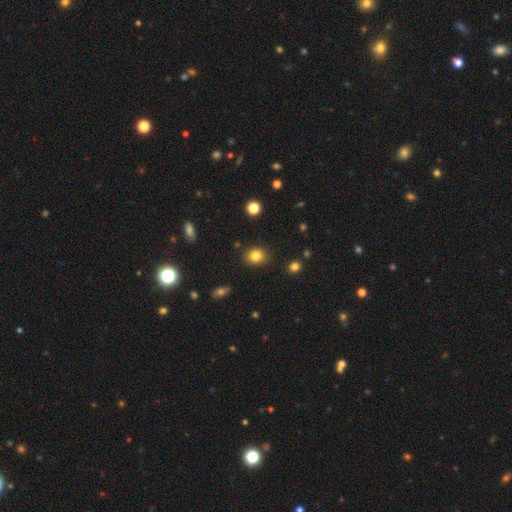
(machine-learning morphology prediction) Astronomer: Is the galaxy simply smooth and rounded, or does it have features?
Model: smooth — 82%.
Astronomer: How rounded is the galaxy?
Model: round — 56% (runner-up: in between, 43%).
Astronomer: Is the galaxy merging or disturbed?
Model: none — 86%.